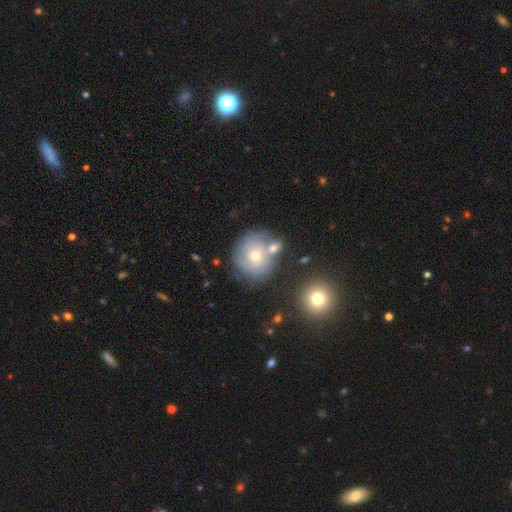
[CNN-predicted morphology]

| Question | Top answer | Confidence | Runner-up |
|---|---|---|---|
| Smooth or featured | featured or disk | 53% | smooth (38%) |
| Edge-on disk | no | 97% | yes (3%) |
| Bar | no | 80% | weak (17%) |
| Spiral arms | yes | 71% | no (29%) |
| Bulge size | moderate | 55% | small (40%) |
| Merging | none | 57% | merger (19%) |